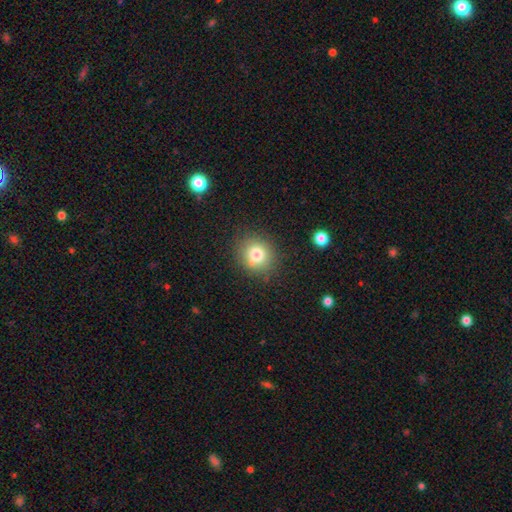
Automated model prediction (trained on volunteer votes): This is likely a smooth galaxy (77%). How rounded: clearly round (86%). Merging: clearly none (85%).